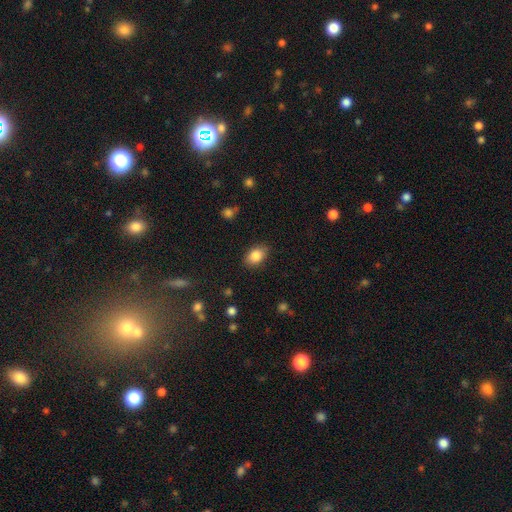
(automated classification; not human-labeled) A smooth galaxy with no disk features (86%) that is in between round and cigar-shaped (86%). Merging: none (85%).